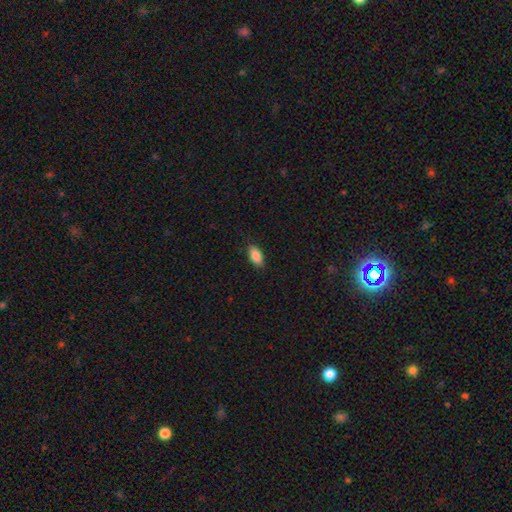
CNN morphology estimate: Q: Smooth or featured?
A: smooth (87%); runner-up: star or artifact (7%)
Q: How rounded?
A: in between (91%); runner-up: cigar-shaped (6%)
Q: Merging?
A: none (87%); runner-up: minor disturbance (10%)